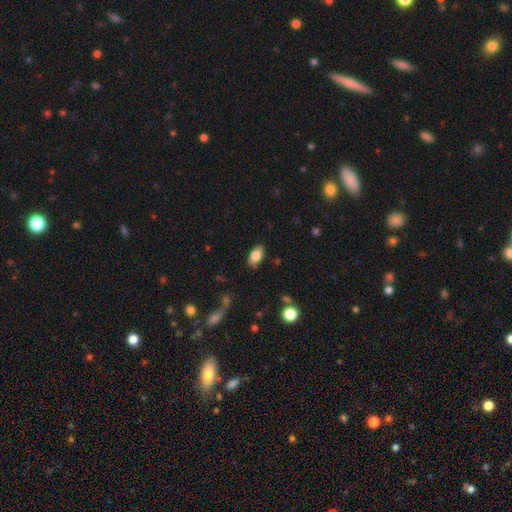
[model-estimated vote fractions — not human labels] This appears to be a smooth galaxy with no disk features (81%) that is in between round and cigar-shaped (92%). Merging: none (81%).